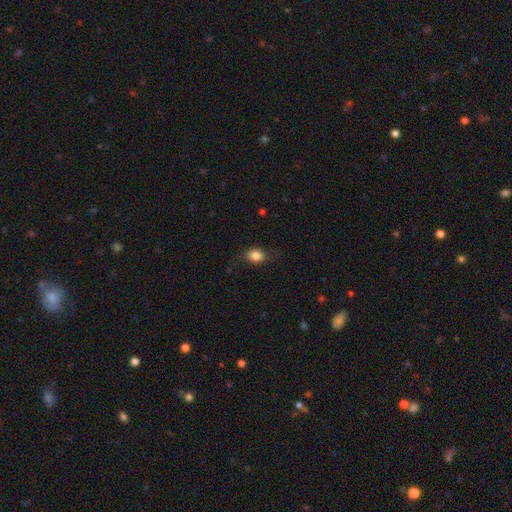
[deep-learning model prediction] smooth-or-featured: smooth: 84% | star or artifact: 9% | featured or disk: 7%
  how-rounded: in between: 65% | round: 33% | cigar-shaped: 2%
  merging: none: 76% | minor disturbance: 17% | major disturbance: 5% | merger: 1%